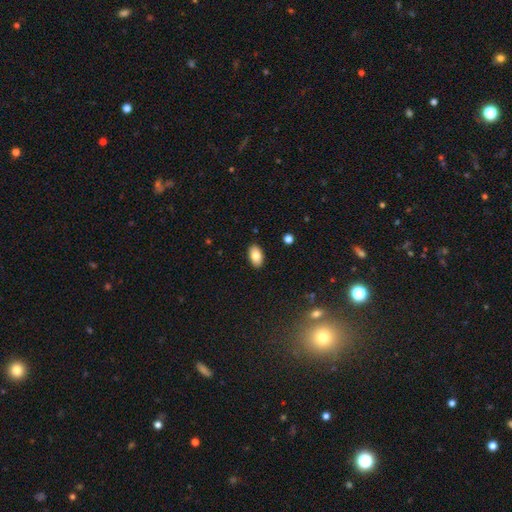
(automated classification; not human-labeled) Smooth or featured? smooth (83%)
How rounded? in between (93%)
Merging? none (89%)